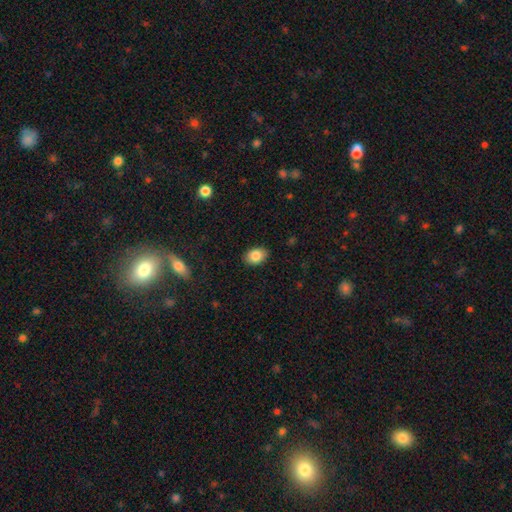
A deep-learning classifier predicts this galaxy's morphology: A smooth galaxy with no disk features (85%) that is in between round and cigar-shaped (76%).

Vote fractions:
- Smooth or featured? smooth: 85% / star or artifact: 8% / featured or disk: 7%
- How rounded? in between: 76% / round: 23% / cigar-shaped: 1%
- Merging? none: 88% / minor disturbance: 9% / major disturbance: 2% / merger: 1%